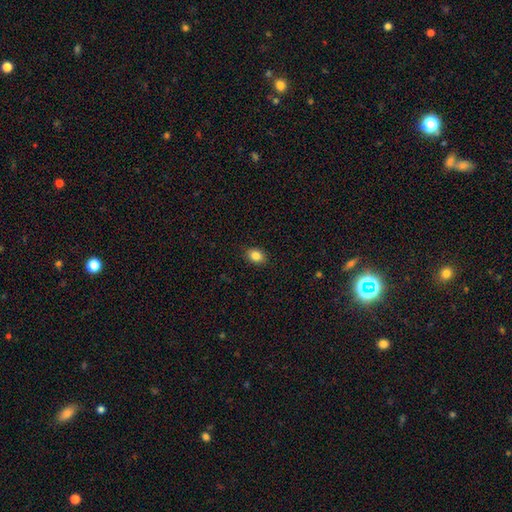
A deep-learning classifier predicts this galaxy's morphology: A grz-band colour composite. It shows a smooth galaxy with no disk features (85%) that is in between round and cigar-shaped (68%). Merging: none (89%).